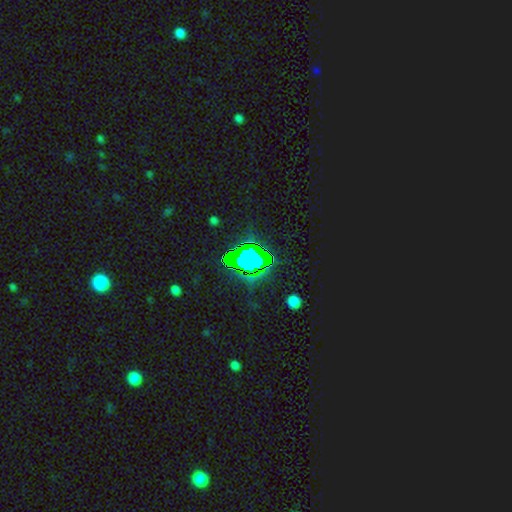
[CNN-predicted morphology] Smooth or featured? star or artifact (68%)